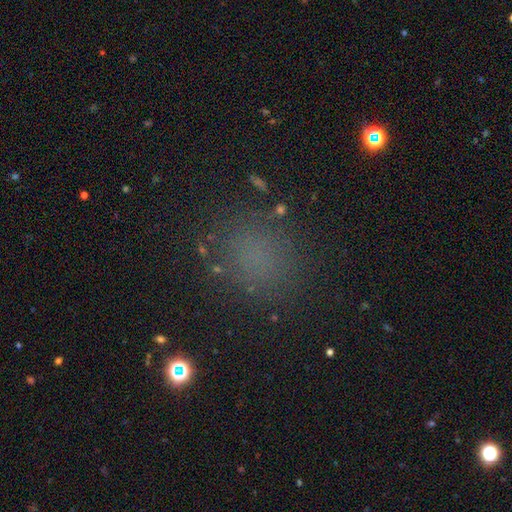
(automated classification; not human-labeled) Morphology: type=smooth (69%); roundness=round (73%); merging=none (84%).